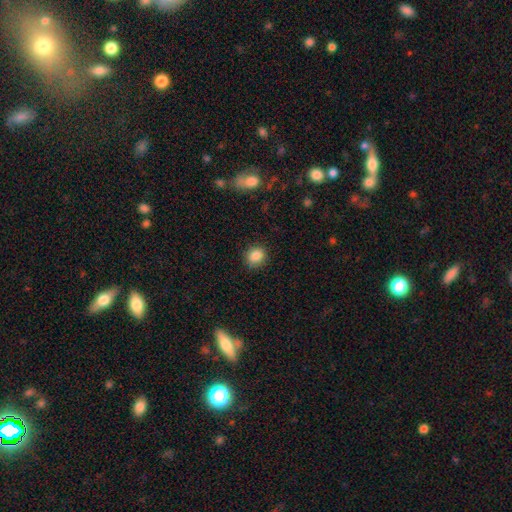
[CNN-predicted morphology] smooth-or-featured: smooth: 86% | star or artifact: 9% | featured or disk: 4%
  how-rounded: round: 81% | in between: 18% | cigar-shaped: 1%
  merging: none: 88% | minor disturbance: 8% | major disturbance: 3% | merger: 1%